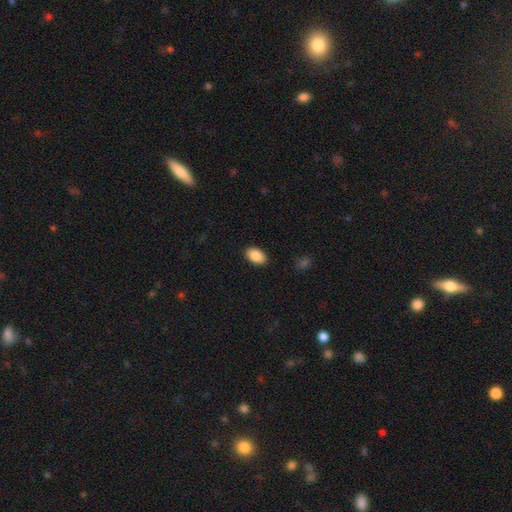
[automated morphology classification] Overall: smooth (88%). How rounded: in between (92%). Merging: none (89%).